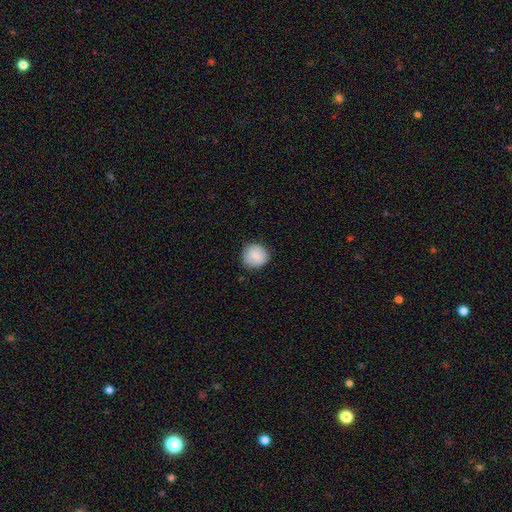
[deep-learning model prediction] A smooth galaxy with no disk features (85%) that is round (90%).

Vote fractions:
- Smooth or featured? smooth: 85% / featured or disk: 8% / star or artifact: 7%
- How rounded? round: 90% / in between: 10% / cigar-shaped: 1%
- Merging? none: 82% / minor disturbance: 14% / major disturbance: 3% / merger: 1%